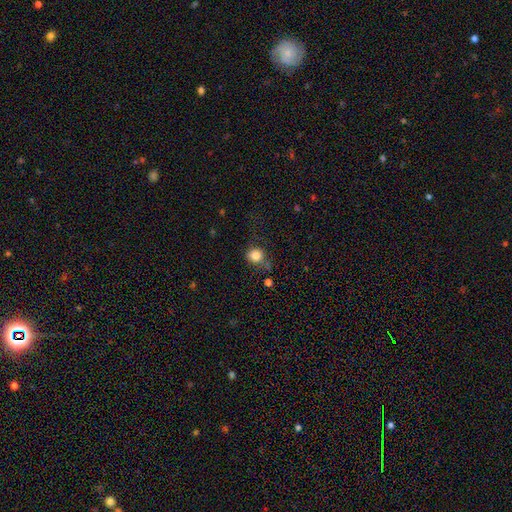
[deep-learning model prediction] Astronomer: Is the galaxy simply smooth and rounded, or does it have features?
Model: smooth — 82%.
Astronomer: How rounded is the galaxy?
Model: round — 83%.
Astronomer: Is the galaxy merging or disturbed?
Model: none — 65%.